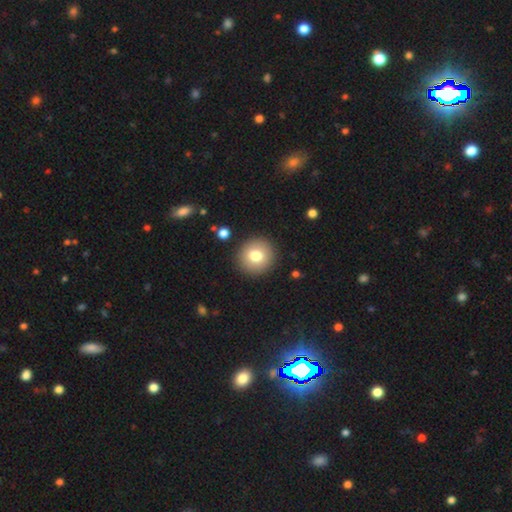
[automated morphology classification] Q: Smooth or featured?
A: smooth (78%); runner-up: featured or disk (13%)
Q: How rounded?
A: round (92%); runner-up: in between (7%)
Q: Merging?
A: none (91%); runner-up: minor disturbance (6%)